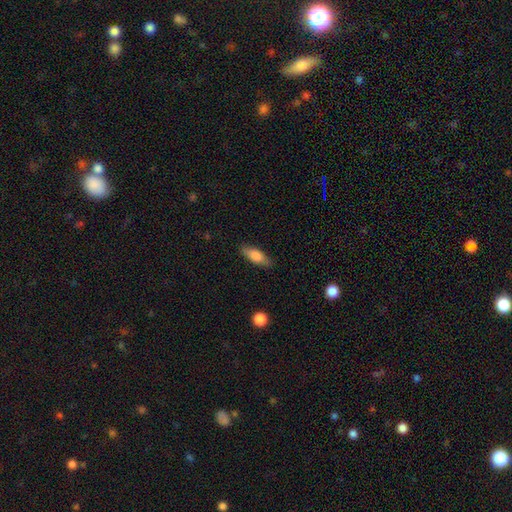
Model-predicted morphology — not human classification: Smooth or featured? smooth (80%)
How rounded? in between (67%)
Merging? none (84%)